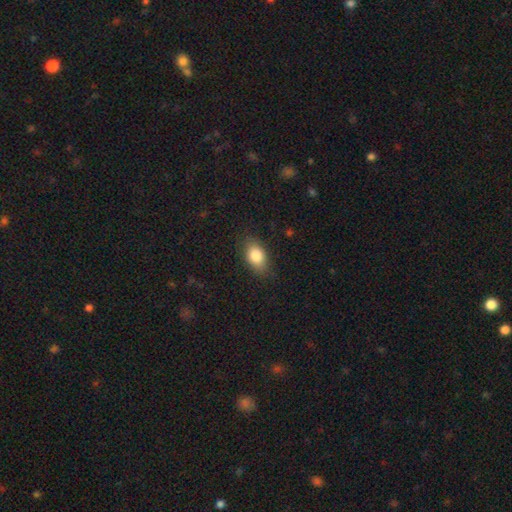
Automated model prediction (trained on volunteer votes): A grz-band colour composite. It shows a smooth galaxy with no disk features (83%) that is in between round and cigar-shaped (85%). Merging: none (81%).